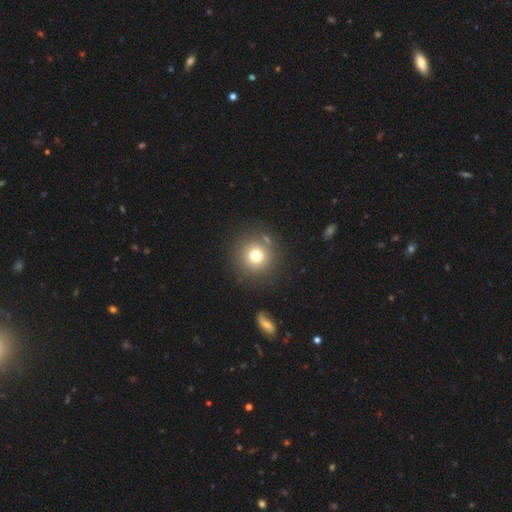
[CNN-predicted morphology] Overall: smooth (74%). How rounded: round (94%). Merging: none (82%).